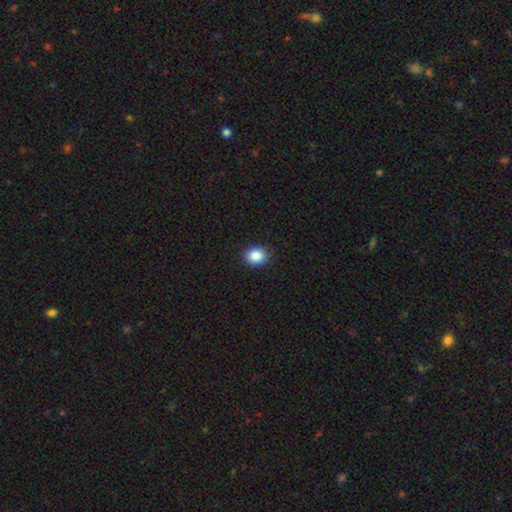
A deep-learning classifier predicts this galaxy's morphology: smooth_or_featured: smooth (p=0.87) [alt: star or artifact p=0.09]
how_rounded: round (p=0.64) [alt: in between p=0.35]
merging: none (p=0.90) [alt: minor disturbance p=0.07]